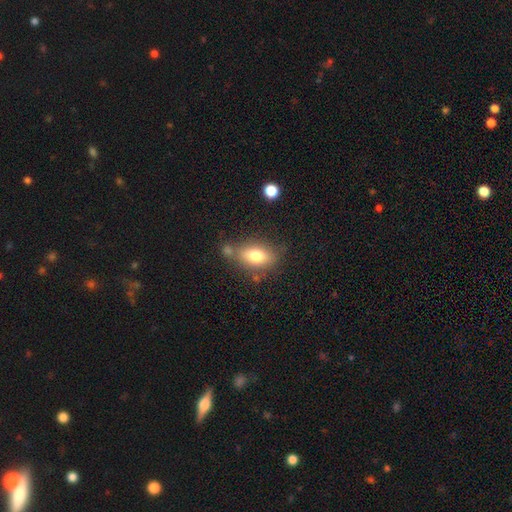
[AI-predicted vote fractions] Overall: smooth (73%). How rounded: in between (81%). Merging: none (63%).